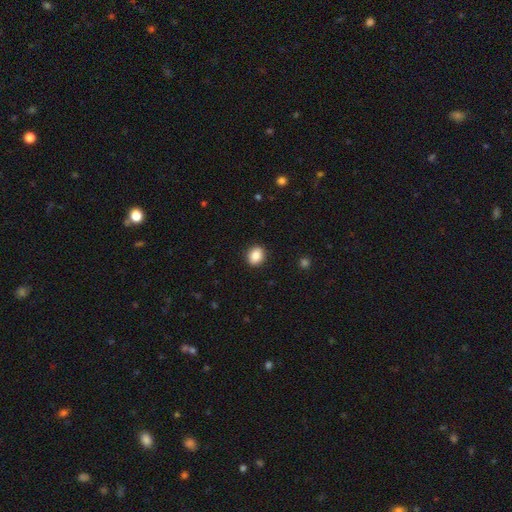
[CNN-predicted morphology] This appears to be a smooth galaxy with no disk features (88%) that is round (58%). Merging: none (91%).